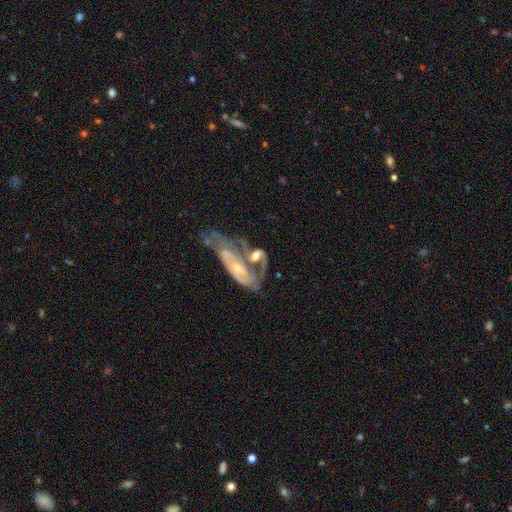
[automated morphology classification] smooth-or-featured: featured or disk: 72% | smooth: 21% | star or artifact: 7%
  disk-edge-on: no: 89% | yes: 11%
    bar: no: 61% | weak: 29% | strong: 10%
    has-spiral-arms: yes: 81% | no: 19%
      spiral-winding: medium: 39% | tight: 34% | loose: 27%
      spiral-arm-count: 2: 60% | can't tell: 23% | 1: 9% | 3: 4% | 4: 2% | more than 4: 2%
    bulge-size: moderate: 48% | small: 37% | large: 9% | none: 5% | dominant: 2%
  merging: merger: 64% | none: 15% | major disturbance: 12% | minor disturbance: 9%